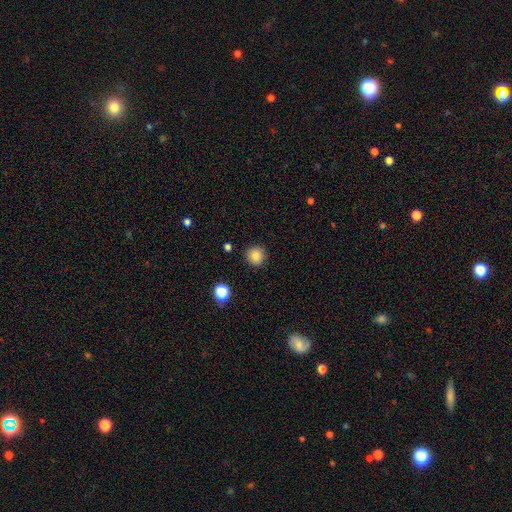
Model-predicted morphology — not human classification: Smooth or featured: smooth — 84% (star or artifact — 11%)
How rounded: round — 93% (in between — 6%)
Merging: none — 90% (minor disturbance — 7%)